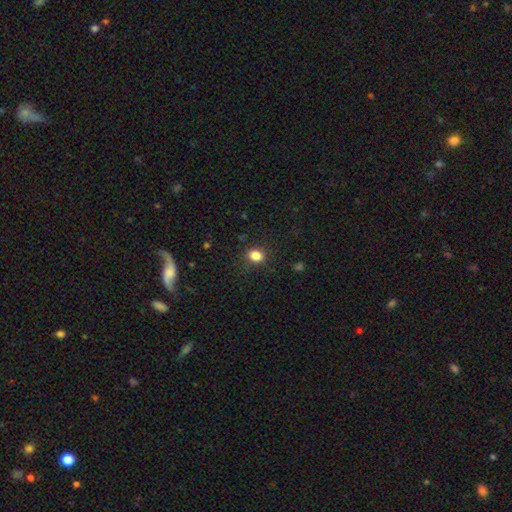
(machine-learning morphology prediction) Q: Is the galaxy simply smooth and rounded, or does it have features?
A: smooth — 84%.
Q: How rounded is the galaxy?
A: round — 56%.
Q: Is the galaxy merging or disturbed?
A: none — 84%.